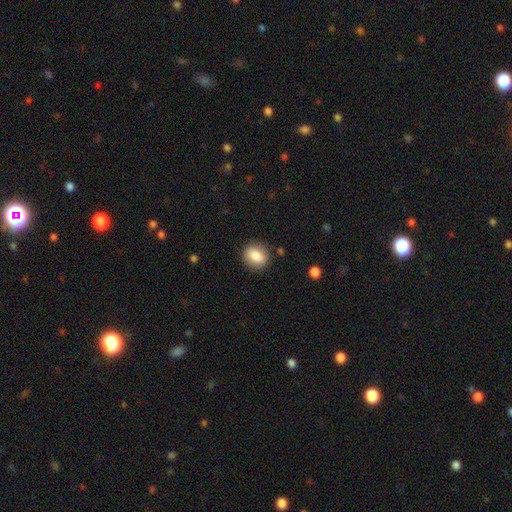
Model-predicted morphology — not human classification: A smooth galaxy with no disk features (83%) that is round (53%). Merging: none (86%).